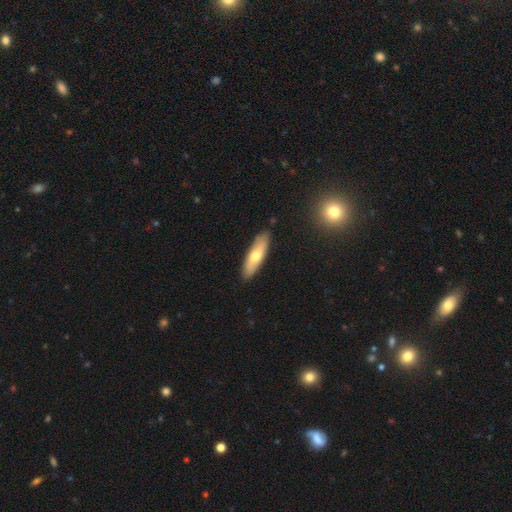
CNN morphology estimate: This is likely a smooth galaxy (63%). How rounded: possibly cigar-shaped (57%). Merging: clearly none (87%).